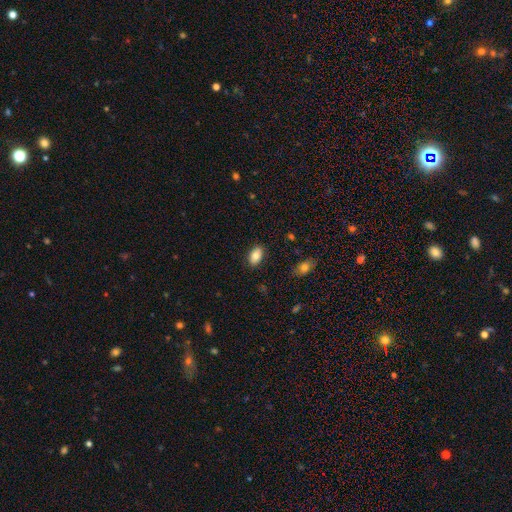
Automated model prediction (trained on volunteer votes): This appears to be a smooth galaxy with no disk features (83%) that is in between round and cigar-shaped (92%). Merging: none (87%).